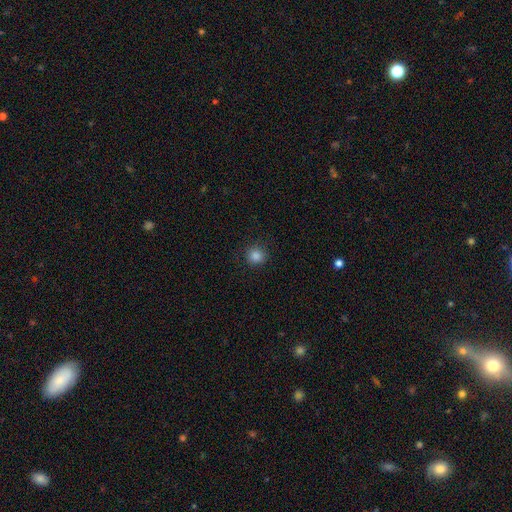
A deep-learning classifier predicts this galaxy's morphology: This is clearly a smooth galaxy (85%). How rounded: clearly round (91%). Merging: clearly none (88%).